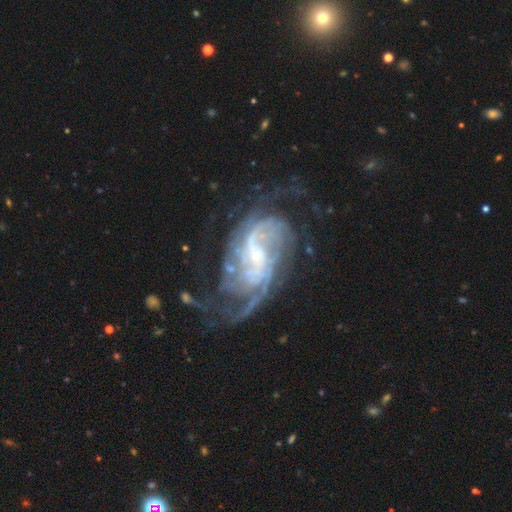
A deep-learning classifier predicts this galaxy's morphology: A featured or disk galaxy (88%) with a weak bar (42%, tied with no), medium (42%) spiral arms (95%) and a small central bulge (62%). Merging: none (53%).